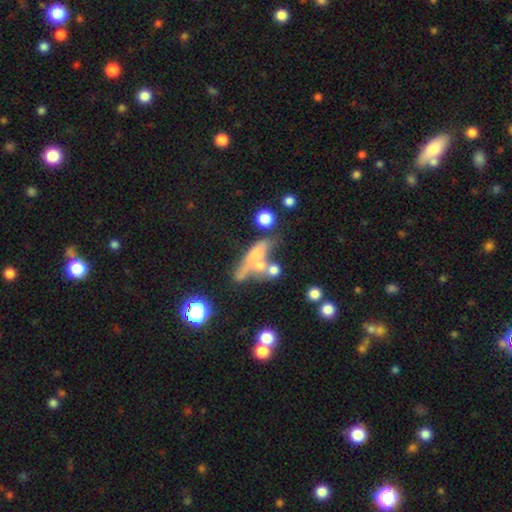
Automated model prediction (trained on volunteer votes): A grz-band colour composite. It shows a featured or disk galaxy (43%). Merging: merger (35%).